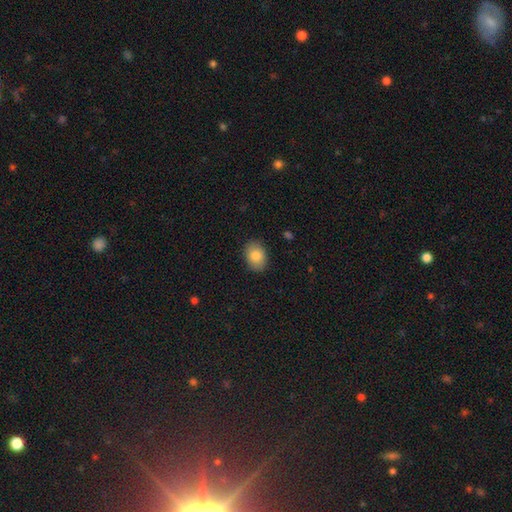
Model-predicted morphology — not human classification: The model was most divided on "how rounded": in between: 74%, round: 25%, cigar-shaped: 1%. More confident: merging — none (87%); smooth or featured — smooth (83%).